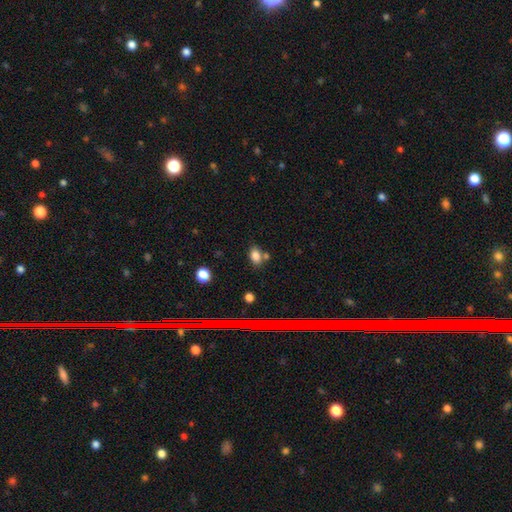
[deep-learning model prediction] Q: Smooth or featured?
A: smooth (80%); runner-up: star or artifact (12%)
Q: How rounded?
A: in between (85%); runner-up: round (12%)
Q: Merging?
A: none (62%); runner-up: merger (18%)